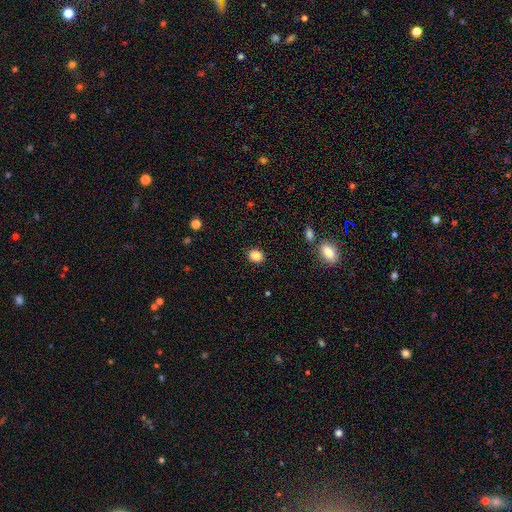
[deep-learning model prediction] smooth 87%, star or artifact 10%, featured or disk 3%. Down the decision tree: how rounded — round (66%); merging — none (89%).